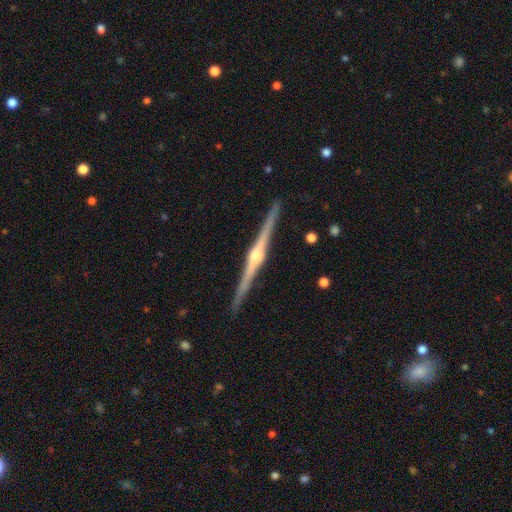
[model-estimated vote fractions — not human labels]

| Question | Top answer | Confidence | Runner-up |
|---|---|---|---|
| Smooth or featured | featured or disk | 90% | smooth (6%) |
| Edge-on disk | yes | 99% | no (1%) |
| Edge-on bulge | rounded | 88% | boxy (7%) |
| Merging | none | 93% | minor disturbance (5%) |